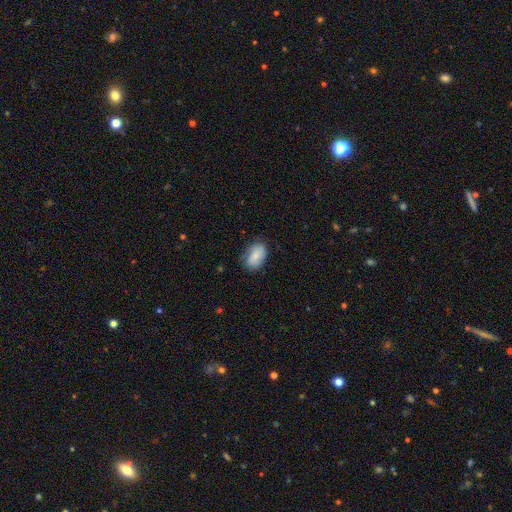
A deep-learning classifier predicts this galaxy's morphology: This is likely a smooth galaxy (78%). How rounded: clearly in between (88%). Merging: likely none (72%).